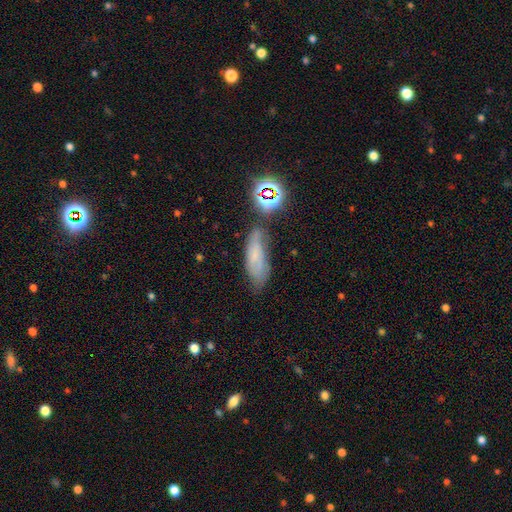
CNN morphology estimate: The model was most divided on "smooth or featured": smooth: 49%, featured or disk: 31%, star or artifact: 21%. More confident: merging — none (54%).